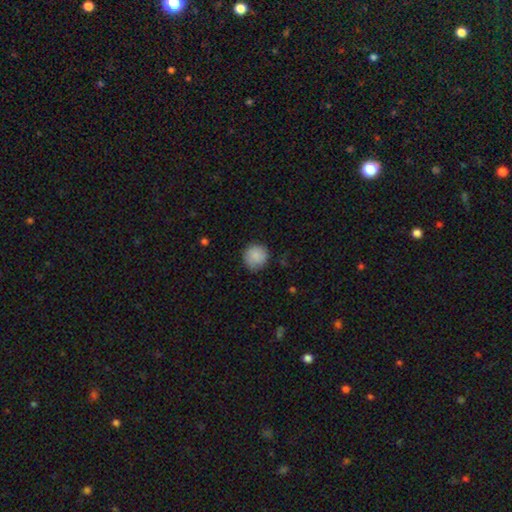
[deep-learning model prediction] Smooth or featured: smooth — 87% (star or artifact — 8%)
How rounded: round — 92% (in between — 7%)
Merging: none — 82% (minor disturbance — 14%)